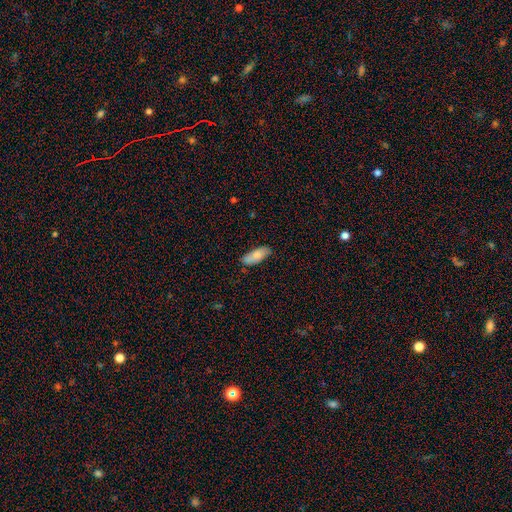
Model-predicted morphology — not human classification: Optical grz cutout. It shows a smooth galaxy with no disk features (82%) that is in between round and cigar-shaped (79%). Merging: none (81%).